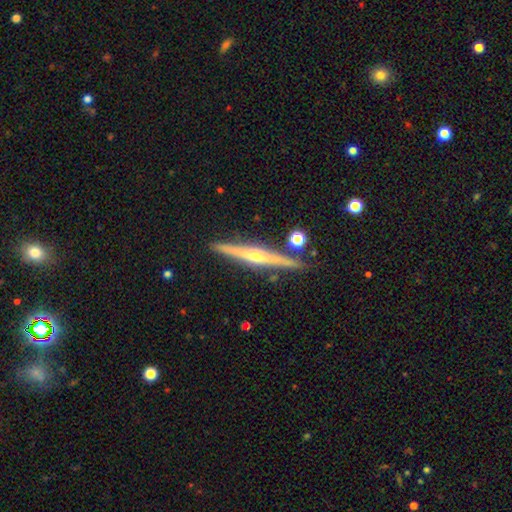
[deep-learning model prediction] A featured or disk galaxy (79%) viewed edge-on (98%) with a rounded central bulge (87%).

Vote fractions:
- Smooth or featured? featured or disk: 79% / smooth: 15% / star or artifact: 6%
- Edge-on disk? yes: 98% / no: 2%
- Edge-on bulge? rounded: 87% / none: 9% / boxy: 4%
- Merging? none: 87% / minor disturbance: 8% / merger: 3% / major disturbance: 2%